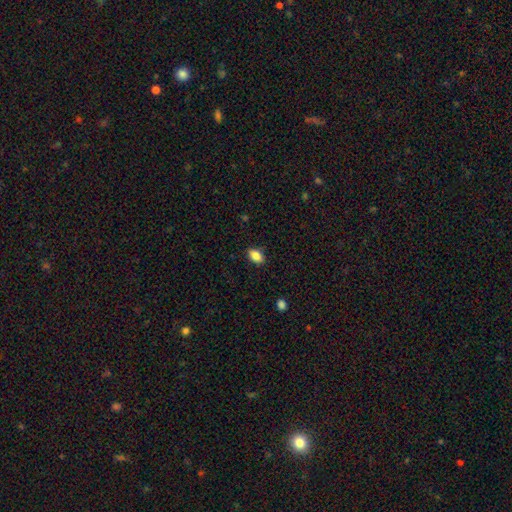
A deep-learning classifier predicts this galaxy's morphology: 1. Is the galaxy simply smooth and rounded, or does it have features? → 87% smooth, 8% star or artifact, 5% featured or disk.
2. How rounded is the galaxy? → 87% in between, 11% round, 2% cigar-shaped.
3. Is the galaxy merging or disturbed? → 87% none, 9% minor disturbance, 2% major disturbance, 1% merger.